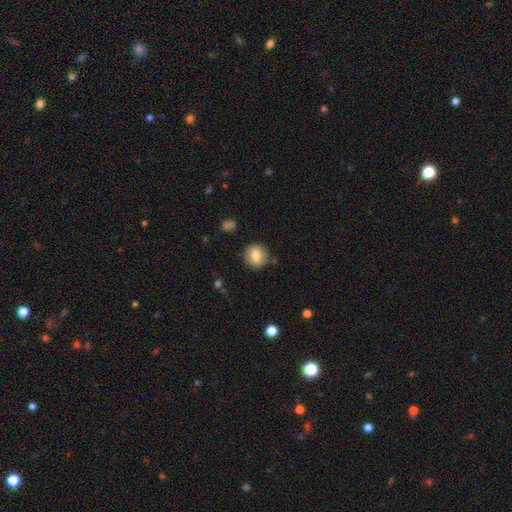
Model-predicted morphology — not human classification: Q: Smooth or featured?
A: smooth (74%); runner-up: featured or disk (18%)
Q: How rounded?
A: round (82%); runner-up: in between (17%)
Q: Merging?
A: none (85%); runner-up: minor disturbance (10%)